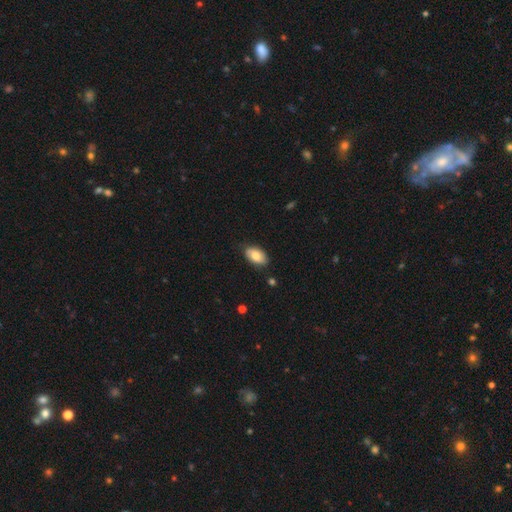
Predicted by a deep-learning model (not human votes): Smooth or featured? smooth (80%)
How rounded? in between (94%)
Merging? none (79%)